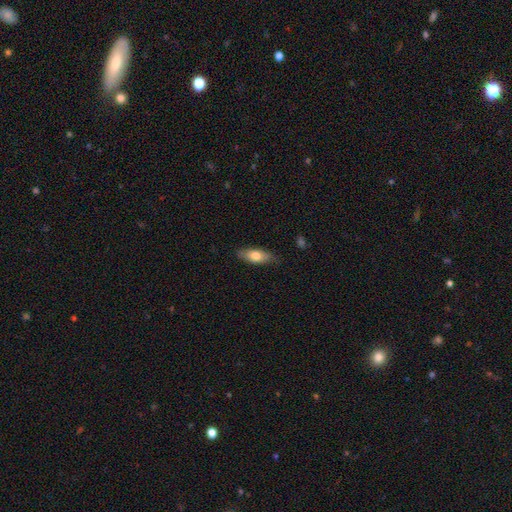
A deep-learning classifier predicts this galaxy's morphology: Overall: smooth (71%). How rounded: in between (75%). Merging: none (81%).